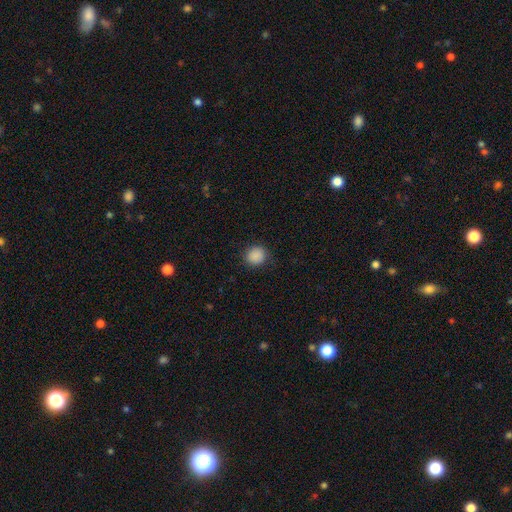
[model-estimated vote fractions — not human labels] Q: Smooth or featured?
A: smooth (89%); runner-up: star or artifact (9%)
Q: How rounded?
A: round (85%); runner-up: in between (14%)
Q: Merging?
A: none (87%); runner-up: minor disturbance (9%)